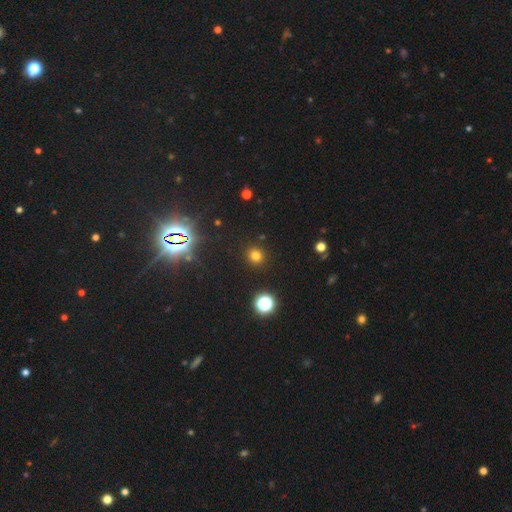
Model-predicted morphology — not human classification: smooth_or_featured: smooth (p=0.73) [alt: star or artifact p=0.22]
how_rounded: round (p=0.91) [alt: in between p=0.08]
merging: none (p=0.90) [alt: minor disturbance p=0.06]